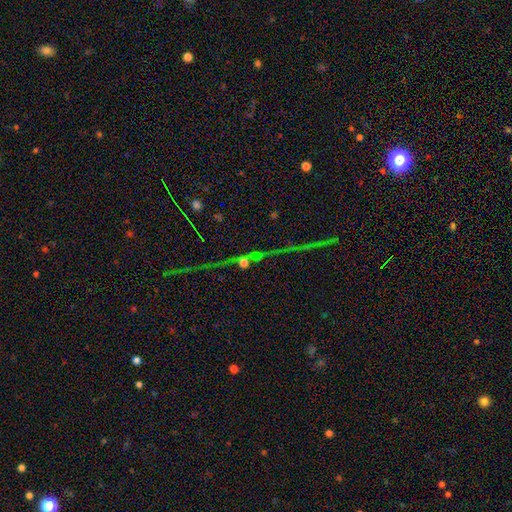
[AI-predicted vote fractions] smooth_or_featured: star or artifact (p=0.58) [alt: featured or disk p=0.23]